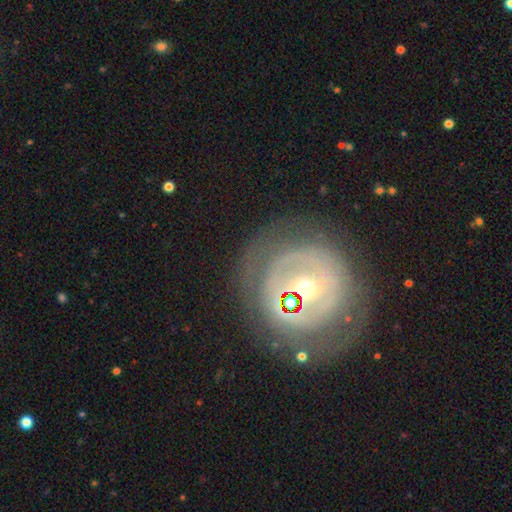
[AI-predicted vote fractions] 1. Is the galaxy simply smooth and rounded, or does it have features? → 73% featured or disk, 17% smooth, 10% star or artifact.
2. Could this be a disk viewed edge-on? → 93% no, 7% yes.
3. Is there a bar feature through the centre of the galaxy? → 42% no, 32% weak, 27% strong.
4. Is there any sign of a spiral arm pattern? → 54% yes, 46% no.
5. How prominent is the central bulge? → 52% moderate, 39% small, 6% large, 2% dominant, 1% none.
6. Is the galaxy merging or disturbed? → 74% none, 14% minor disturbance, 10% major disturbance, 2% merger.